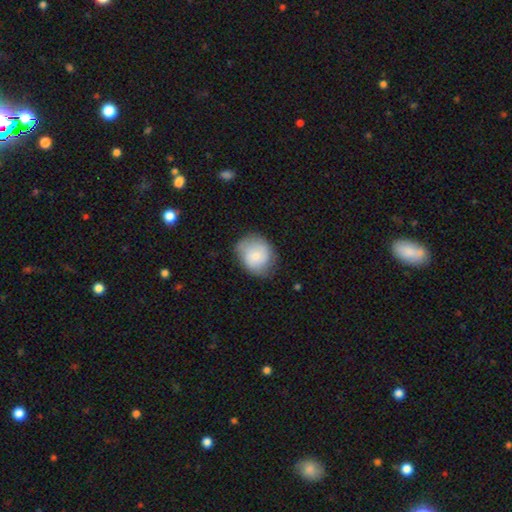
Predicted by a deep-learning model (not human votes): smooth 73%, featured or disk 20%, star or artifact 7%. Down the decision tree: how rounded — round (61%); merging — none (62%).